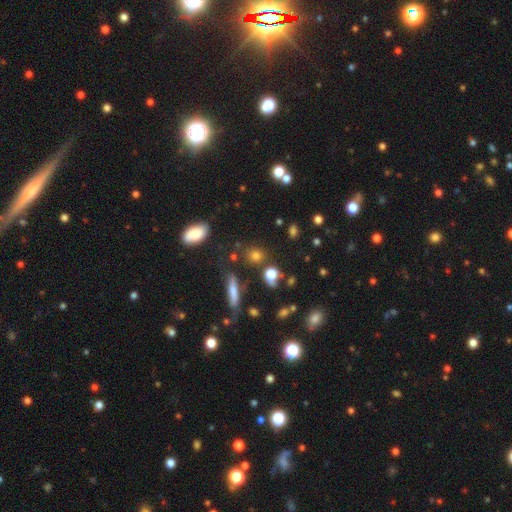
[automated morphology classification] This appears to be a smooth galaxy with no disk features (74%) that is round (71%). Merging: none (74%).